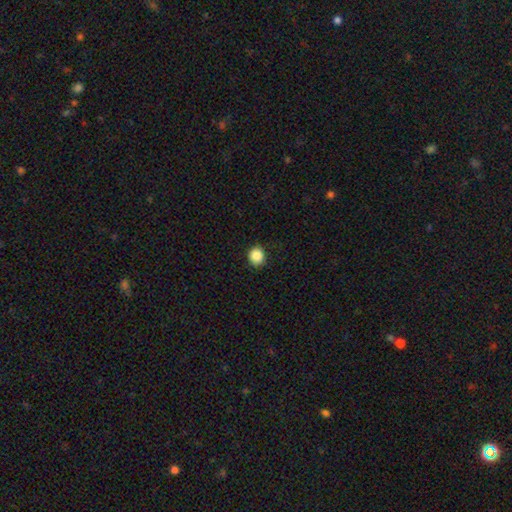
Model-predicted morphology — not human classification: A smooth galaxy with no disk features (87%) that is round (85%).

Vote fractions:
- Smooth or featured? smooth: 87% / star or artifact: 10% / featured or disk: 3%
- How rounded? round: 85% / in between: 14% / cigar-shaped: 1%
- Merging? none: 87% / minor disturbance: 10% / major disturbance: 2% / merger: 1%